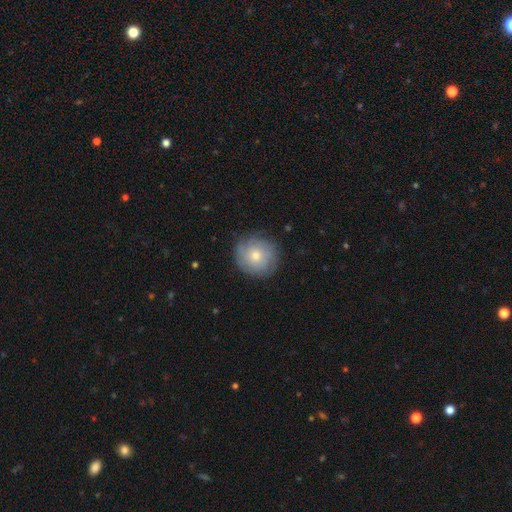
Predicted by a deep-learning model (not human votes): This appears to be a smooth galaxy with no disk features (50%). Merging: none (83%).